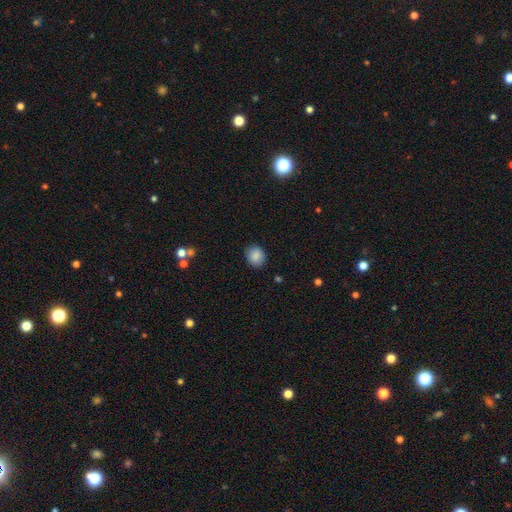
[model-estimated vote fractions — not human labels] A smooth galaxy with no disk features (87%) that is round (66%).

Vote fractions:
- Smooth or featured? smooth: 87% / star or artifact: 8% / featured or disk: 5%
- How rounded? round: 66% / in between: 33% / cigar-shaped: 1%
- Merging? none: 86% / minor disturbance: 10% / major disturbance: 2% / merger: 1%